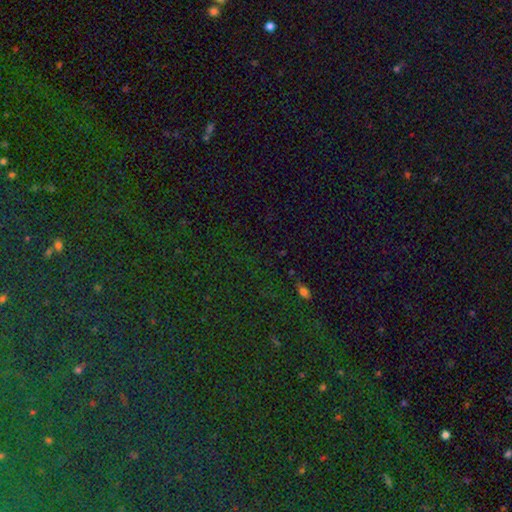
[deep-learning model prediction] Smooth or featured? Predicted: star or artifact (p=0.81).